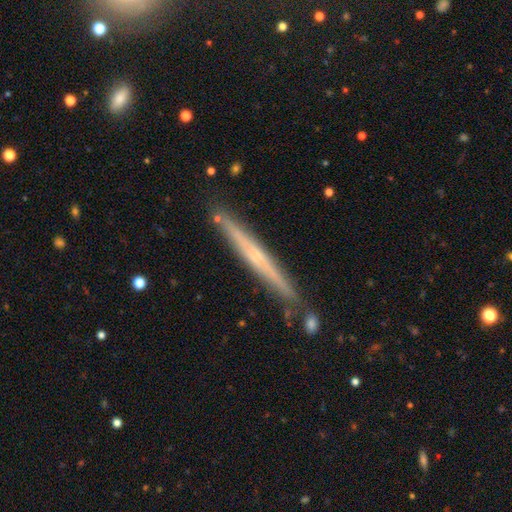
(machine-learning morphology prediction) Smooth or featured? Predicted: featured or disk (p=0.65). Edge-on disk? Predicted: yes (p=0.96). Edge-on bulge? Predicted: none (p=0.54). Merging? Predicted: none (p=0.83).